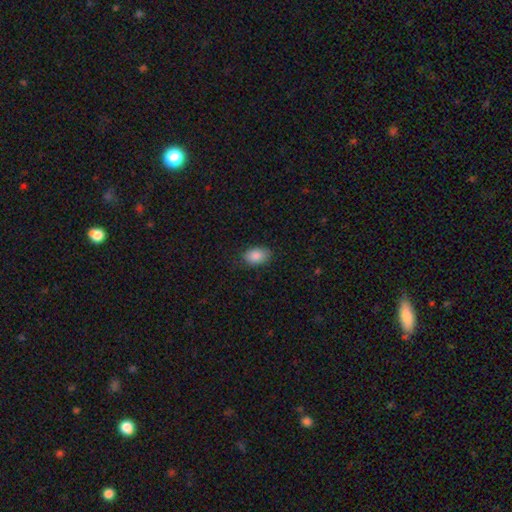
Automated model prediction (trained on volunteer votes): Morphology: type=smooth (88%); roundness=in between (85%); merging=none (82%).